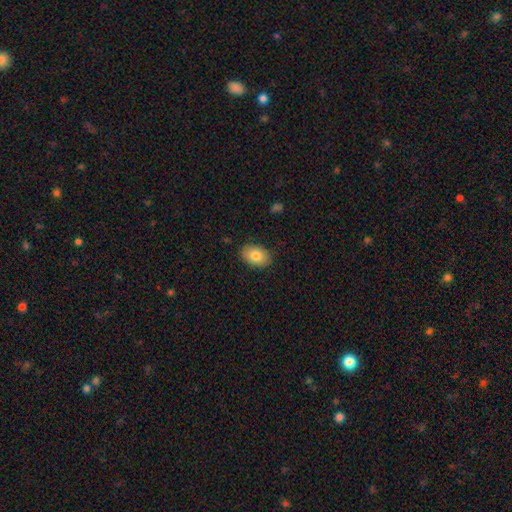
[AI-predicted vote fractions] smooth-or-featured: smooth: 82% | featured or disk: 11% | star or artifact: 7%
  how-rounded: in between: 83% | round: 16% | cigar-shaped: 1%
  merging: none: 87% | minor disturbance: 10% | major disturbance: 2% | merger: 1%